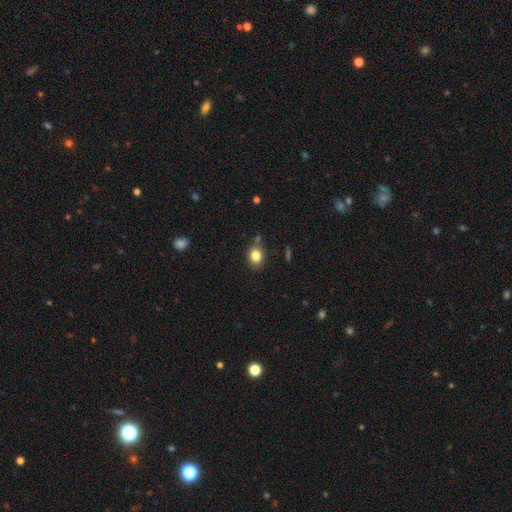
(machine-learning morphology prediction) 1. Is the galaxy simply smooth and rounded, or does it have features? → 82% smooth, 11% star or artifact, 7% featured or disk.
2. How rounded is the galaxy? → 52% round, 47% in between, 1% cigar-shaped.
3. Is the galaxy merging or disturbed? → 78% none, 13% minor disturbance, 6% merger, 3% major disturbance.